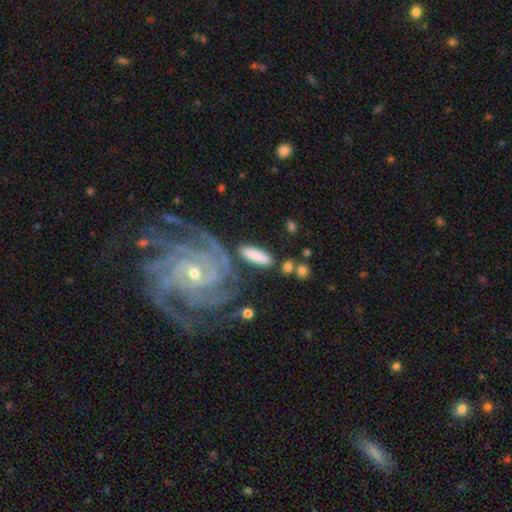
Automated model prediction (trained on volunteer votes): Q: Smooth or featured?
A: smooth (75%); runner-up: featured or disk (20%)
Q: How rounded?
A: in between (54%); runner-up: cigar-shaped (43%)
Q: Merging?
A: none (68%); runner-up: minor disturbance (15%)